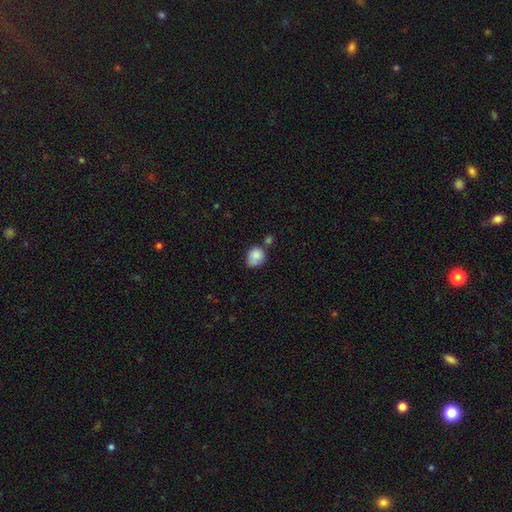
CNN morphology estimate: Smooth or featured? smooth (83%)
How rounded? round (57%)
Merging? none (49%)